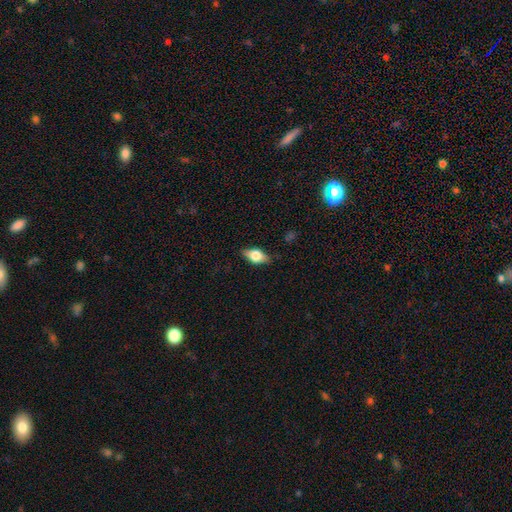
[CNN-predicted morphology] Smooth or featured? smooth (56%)
How rounded? in between (83%)
Merging? none (83%)